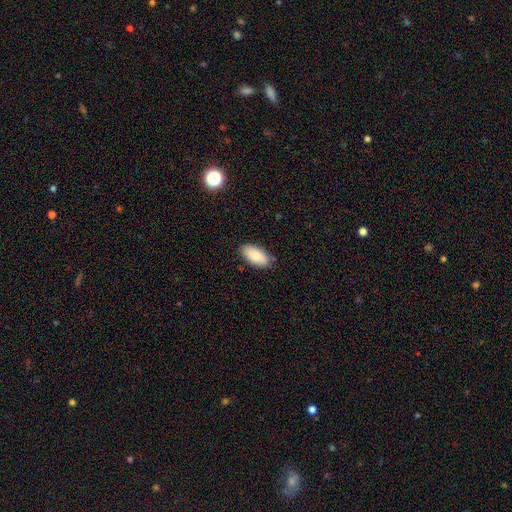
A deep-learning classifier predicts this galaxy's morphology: Q: Smooth or featured?
A: smooth (86%); runner-up: featured or disk (8%)
Q: How rounded?
A: in between (93%); runner-up: cigar-shaped (5%)
Q: Merging?
A: none (85%); runner-up: minor disturbance (12%)